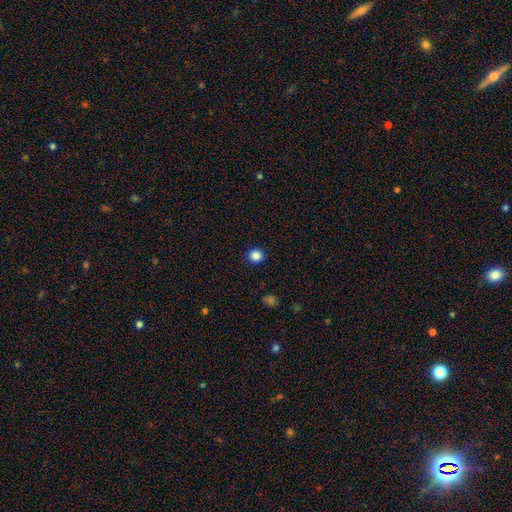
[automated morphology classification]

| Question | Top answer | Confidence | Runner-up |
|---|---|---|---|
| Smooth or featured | smooth | 86% | star or artifact (11%) |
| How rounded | round | 92% | in between (7%) |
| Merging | none | 93% | minor disturbance (5%) |